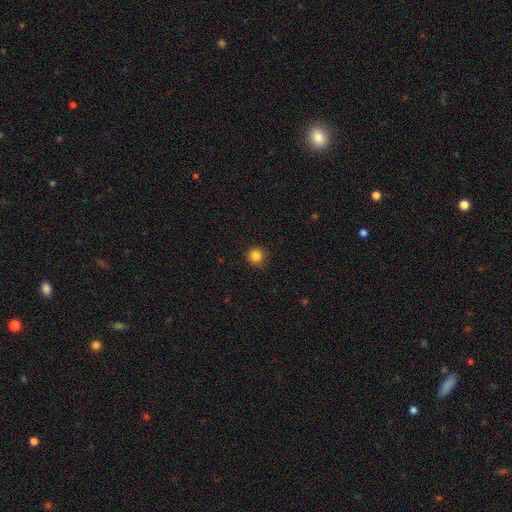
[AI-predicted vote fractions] smooth-or-featured: smooth: 84% | star or artifact: 11% | featured or disk: 4%
  how-rounded: round: 94% | in between: 5% | cigar-shaped: 1%
  merging: none: 84% | minor disturbance: 12% | major disturbance: 3% | merger: 1%